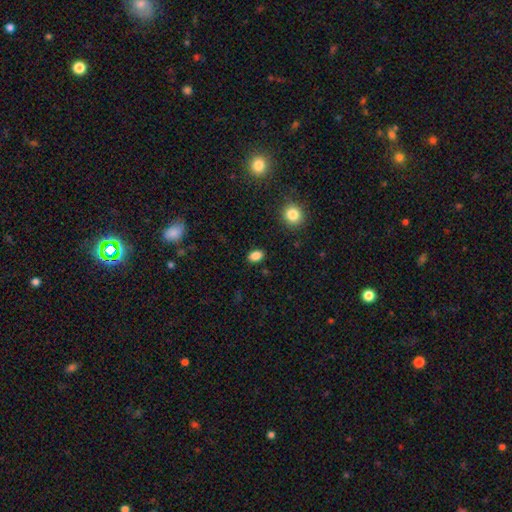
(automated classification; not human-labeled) smooth 86%, star or artifact 10%, featured or disk 4%. Down the decision tree: how rounded — in between (80%); merging — none (88%).